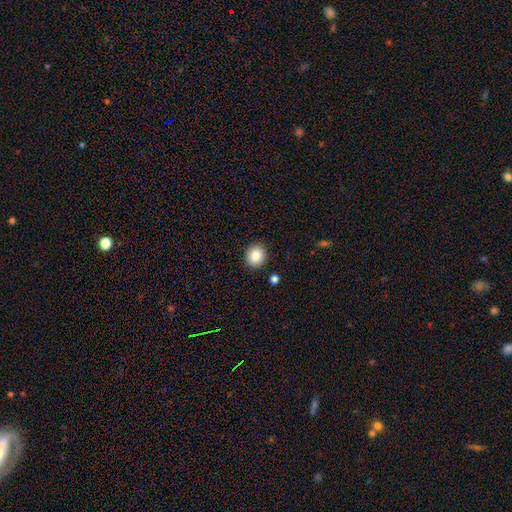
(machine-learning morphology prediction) Smooth or featured? Predicted: smooth (p=0.87). How rounded? Predicted: round (p=0.78). Merging? Predicted: none (p=0.90).